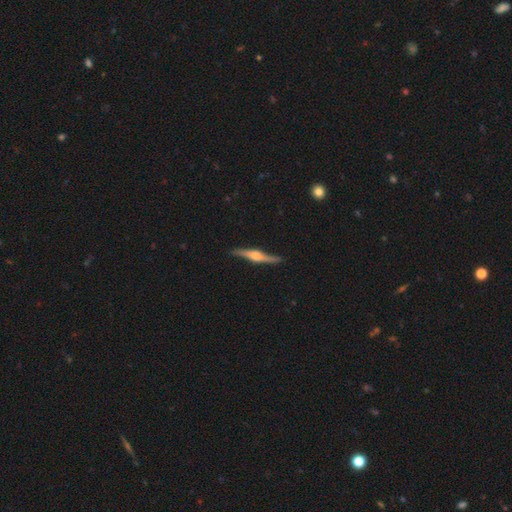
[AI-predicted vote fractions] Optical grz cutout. It shows a featured or disk galaxy (80%) viewed edge-on (96%) with a rounded central bulge (87%). Merging: none (87%).